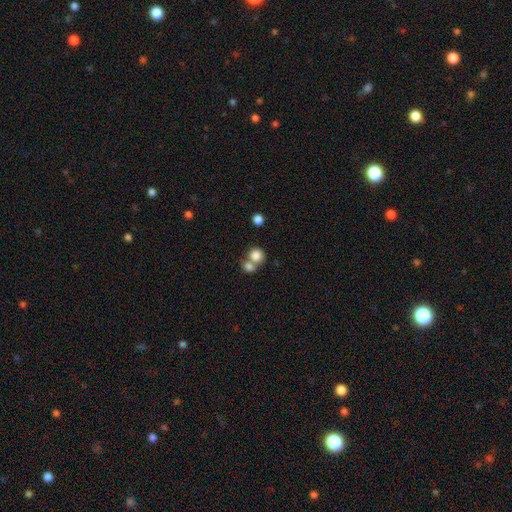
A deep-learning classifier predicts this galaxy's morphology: Smooth or featured? Predicted: smooth (p=0.82). How rounded? Predicted: round (p=0.80). Merging? Predicted: merger (p=0.50).